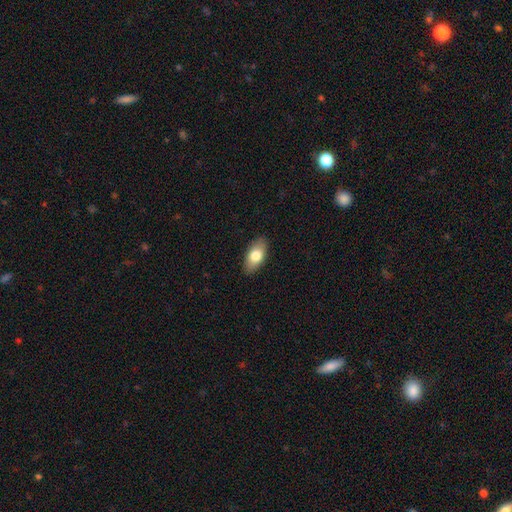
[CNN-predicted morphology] A smooth galaxy with no disk features (77%) that is in between round and cigar-shaped (91%).

Vote fractions:
- Smooth or featured? smooth: 77% / featured or disk: 17% / star or artifact: 6%
- How rounded? in between: 91% / cigar-shaped: 5% / round: 4%
- Merging? none: 88% / minor disturbance: 9% / major disturbance: 2% / merger: 1%